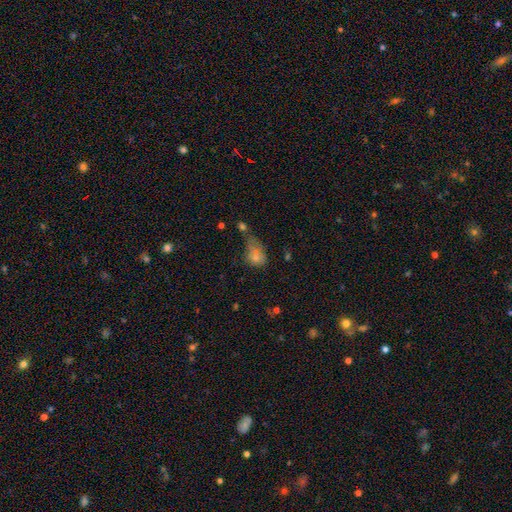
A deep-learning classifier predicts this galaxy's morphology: Smooth or featured? smooth (69%)
How rounded? in between (69%)
Merging? major disturbance (30%)